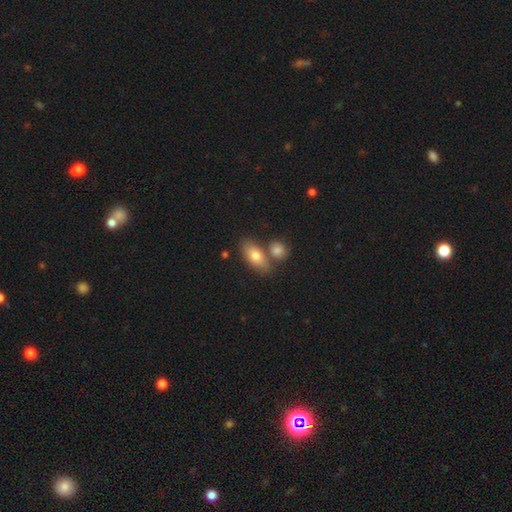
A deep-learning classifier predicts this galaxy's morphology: A smooth galaxy with no disk features (74%) that is in between round and cigar-shaped (82%).

Vote fractions:
- Smooth or featured? smooth: 74% / featured or disk: 19% / star or artifact: 7%
- How rounded? in between: 82% / cigar-shaped: 11% / round: 6%
- Merging? none: 62% / merger: 25% / minor disturbance: 10% / major disturbance: 3%